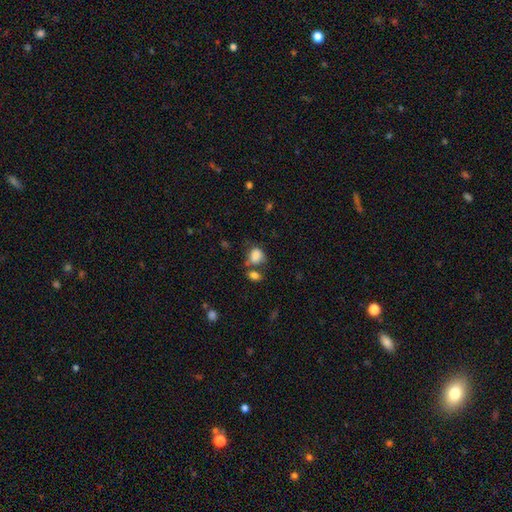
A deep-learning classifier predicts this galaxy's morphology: smooth-or-featured: smooth: 82% | star or artifact: 10% | featured or disk: 8%
  how-rounded: in between: 51% | round: 48% | cigar-shaped: 1%
  merging: none: 43% | merger: 25% | minor disturbance: 21% | major disturbance: 10%